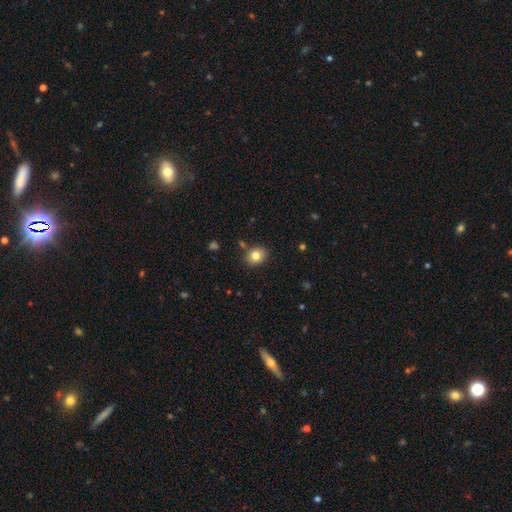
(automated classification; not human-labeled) Morphology: type=smooth (81%); roundness=round (60%); merging=none (85%).